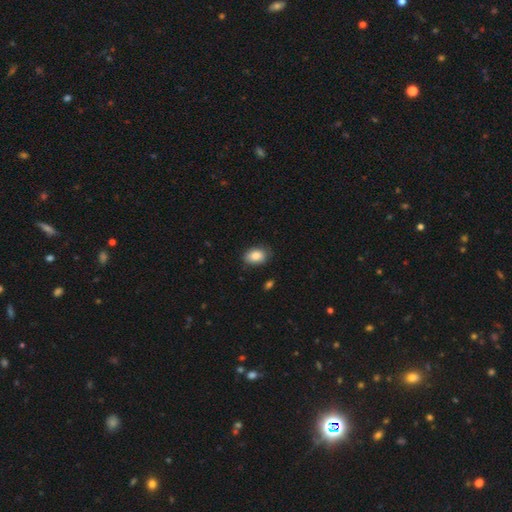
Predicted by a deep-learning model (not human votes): Q: Smooth or featured?
A: smooth (86%); runner-up: star or artifact (8%)
Q: How rounded?
A: in between (80%); runner-up: round (19%)
Q: Merging?
A: none (79%); runner-up: minor disturbance (17%)